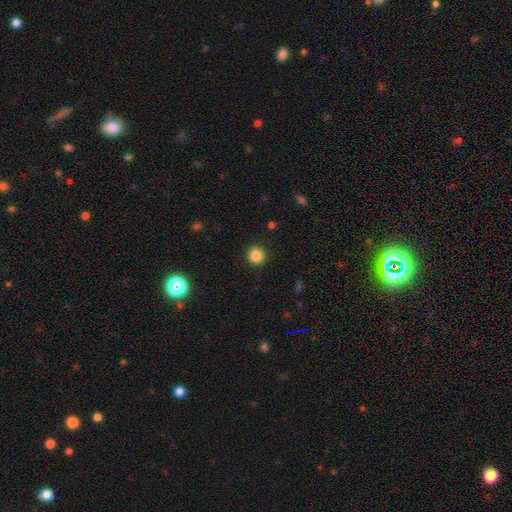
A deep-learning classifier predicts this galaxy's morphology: This appears to be a smooth galaxy with no disk features (84%) that is round (91%). Merging: none (89%).